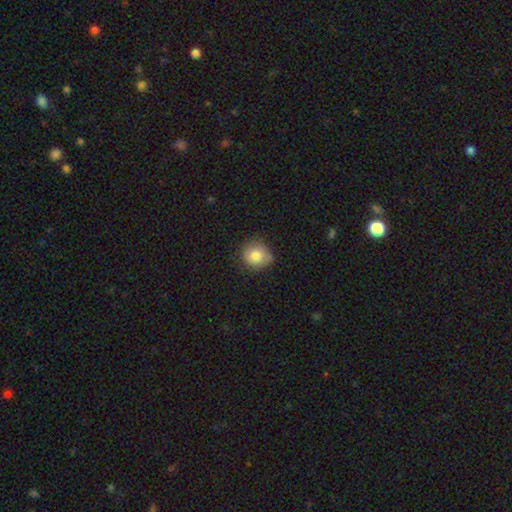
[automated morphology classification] Overall: smooth (83%). How rounded: round (87%). Merging: none (74%).